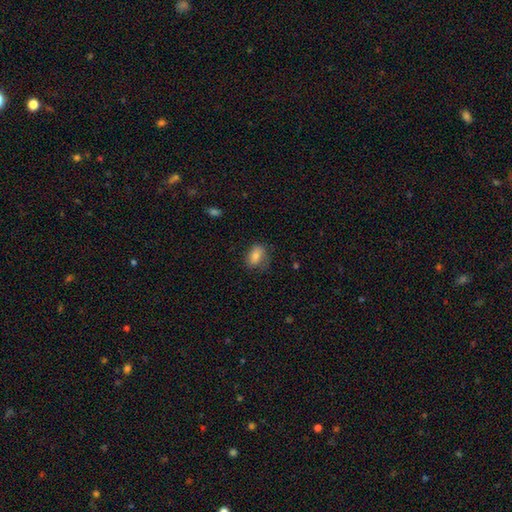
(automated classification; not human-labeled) smooth-or-featured: smooth: 78% | featured or disk: 13% | star or artifact: 9%
  how-rounded: in between: 82% | round: 16% | cigar-shaped: 2%
  merging: none: 70% | minor disturbance: 22% | major disturbance: 7% | merger: 1%